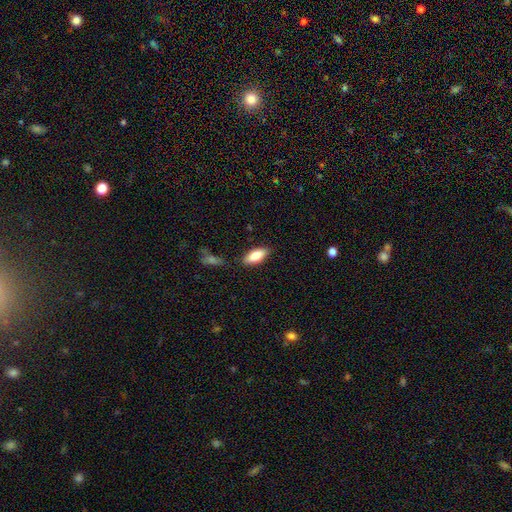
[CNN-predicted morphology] smooth_or_featured: smooth (p=0.82) [alt: featured or disk p=0.11]
how_rounded: in between (p=0.82) [alt: cigar-shaped p=0.15]
merging: none (p=0.83) [alt: minor disturbance p=0.12]